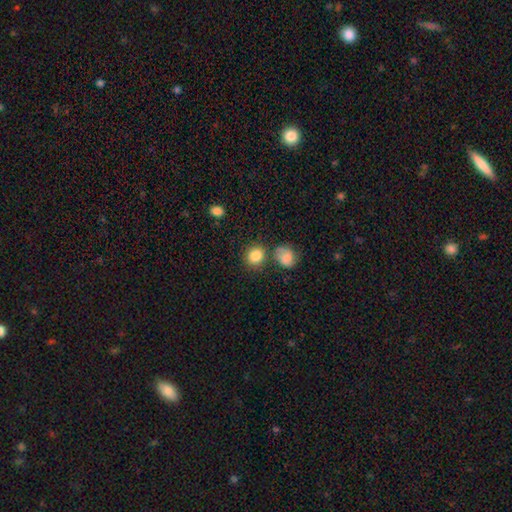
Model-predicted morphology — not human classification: Smooth or featured: smooth — 85% (star or artifact — 9%)
How rounded: round — 80% (in between — 19%)
Merging: none — 70% (merger — 14%)